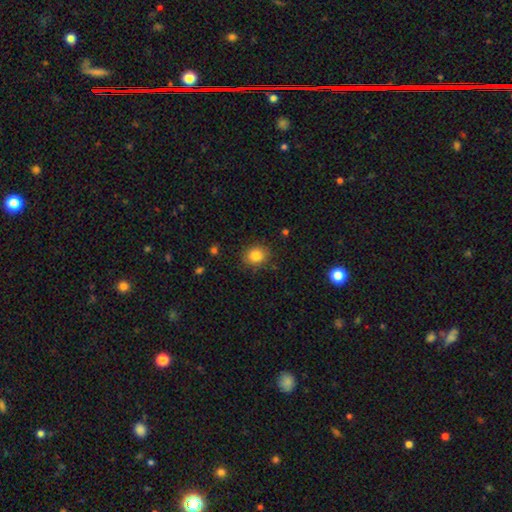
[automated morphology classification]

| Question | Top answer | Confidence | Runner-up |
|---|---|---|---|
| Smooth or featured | smooth | 84% | star or artifact (10%) |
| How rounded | round | 63% | in between (36%) |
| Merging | none | 84% | minor disturbance (12%) |